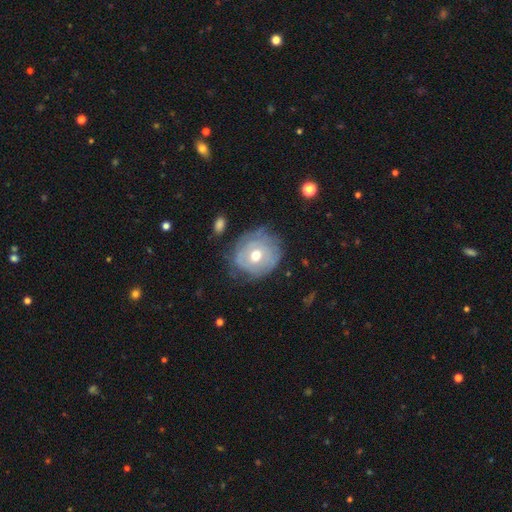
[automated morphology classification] smooth_or_featured: featured or disk (p=0.55) [alt: smooth p=0.37]
disk_edge_on: no (p=0.96) [alt: yes p=0.04]
bar: no (p=0.79) [alt: weak p=0.17]
has_spiral_arms: yes (p=0.55) [alt: no p=0.45]
bulge_size: moderate (p=0.74) [alt: small p=0.18]
merging: none (p=0.60) [alt: minor disturbance p=0.26]